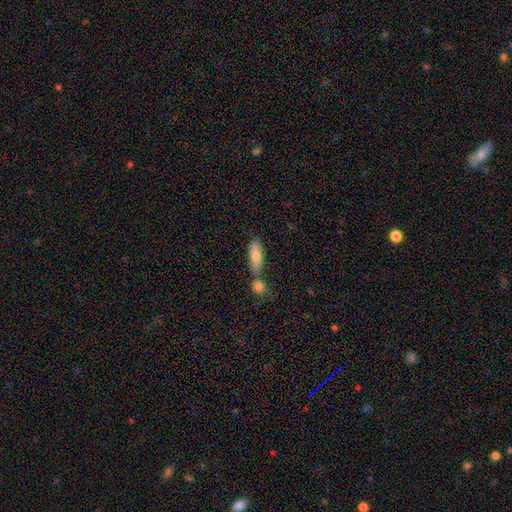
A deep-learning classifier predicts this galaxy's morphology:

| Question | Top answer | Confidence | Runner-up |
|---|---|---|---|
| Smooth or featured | smooth | 68% | featured or disk (23%) |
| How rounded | cigar-shaped | 50% | in between (47%) |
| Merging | none | 57% | merger (29%) |